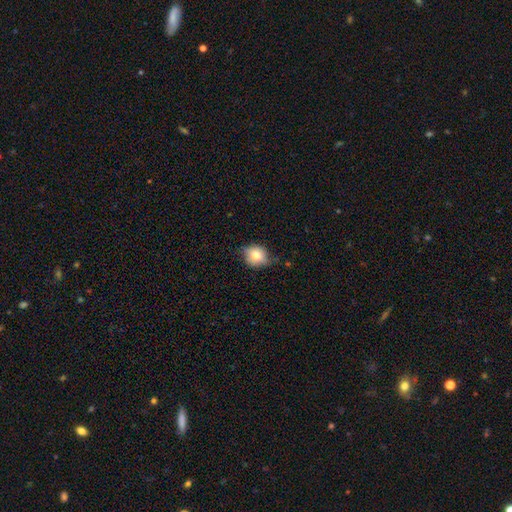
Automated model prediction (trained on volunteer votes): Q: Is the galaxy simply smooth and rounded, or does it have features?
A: smooth — 71%.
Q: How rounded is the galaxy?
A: round — 65%.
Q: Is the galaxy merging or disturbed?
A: none — 63%.